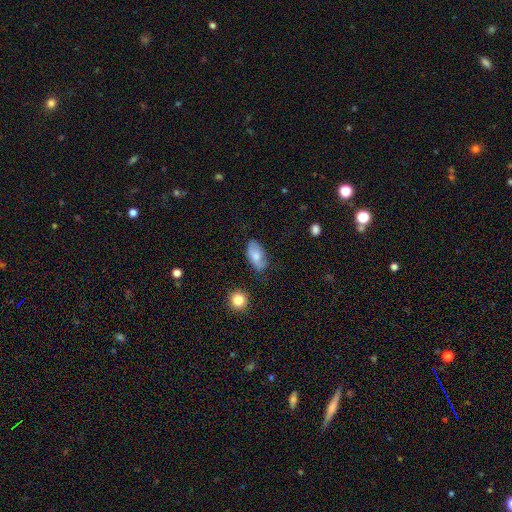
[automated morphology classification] Smooth or featured: smooth — 70% (featured or disk — 23%)
How rounded: in between — 93% (round — 4%)
Merging: none — 69% (minor disturbance — 23%)